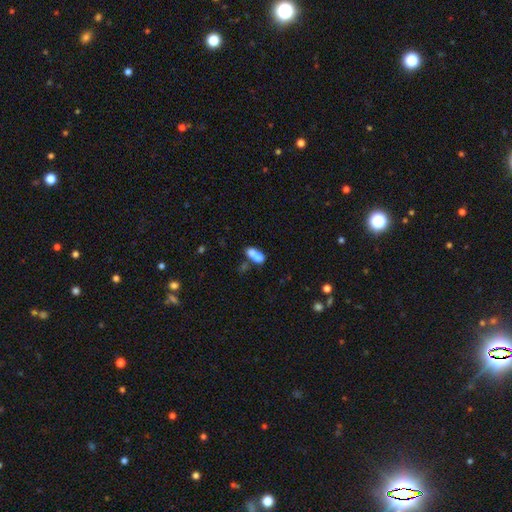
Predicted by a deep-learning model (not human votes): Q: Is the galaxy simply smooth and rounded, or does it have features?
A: smooth — 70%.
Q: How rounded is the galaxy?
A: in between — 73%.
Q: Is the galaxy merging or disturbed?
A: merger — 68%.